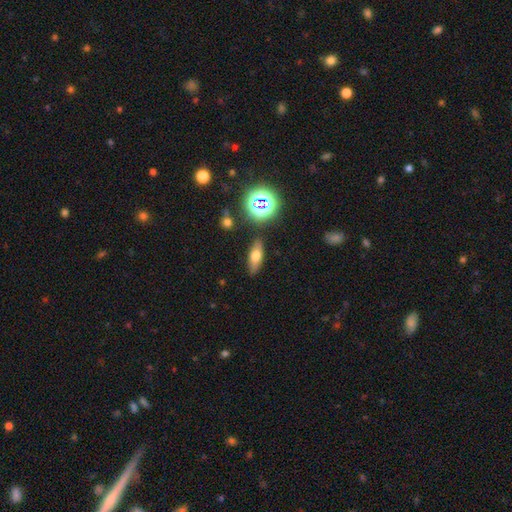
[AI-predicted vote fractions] A smooth galaxy with no disk features (64%) that is in between round and cigar-shaped (63%).

Vote fractions:
- Smooth or featured? smooth: 64% / featured or disk: 22% / star or artifact: 15%
- How rounded? in between: 63% / cigar-shaped: 30% / round: 7%
- Merging? none: 84% / minor disturbance: 10% / major disturbance: 3% / merger: 3%